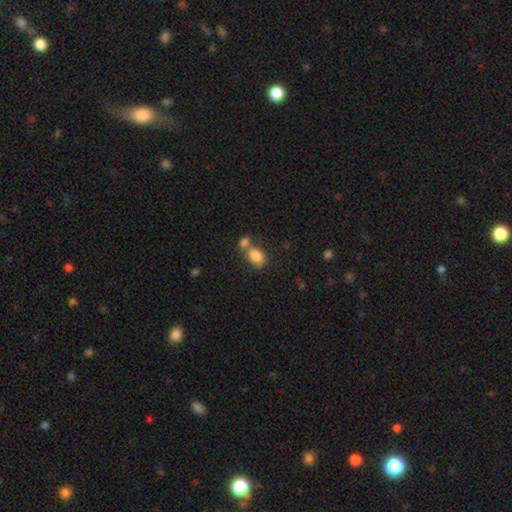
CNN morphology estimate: smooth-or-featured: smooth: 84% | star or artifact: 9% | featured or disk: 8%
  how-rounded: in between: 69% | round: 29% | cigar-shaped: 1%
  merging: merger: 44% | none: 39% | minor disturbance: 12% | major disturbance: 5%